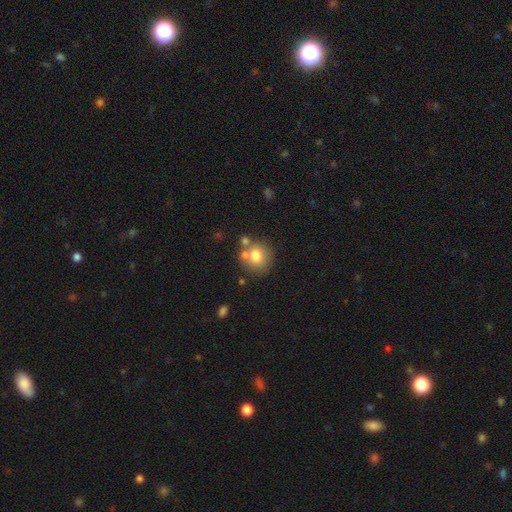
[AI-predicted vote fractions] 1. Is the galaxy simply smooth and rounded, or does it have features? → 74% smooth, 16% featured or disk, 10% star or artifact.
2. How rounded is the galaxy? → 82% round, 17% in between, 1% cigar-shaped.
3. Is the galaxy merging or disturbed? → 62% none, 21% merger, 12% minor disturbance, 5% major disturbance.